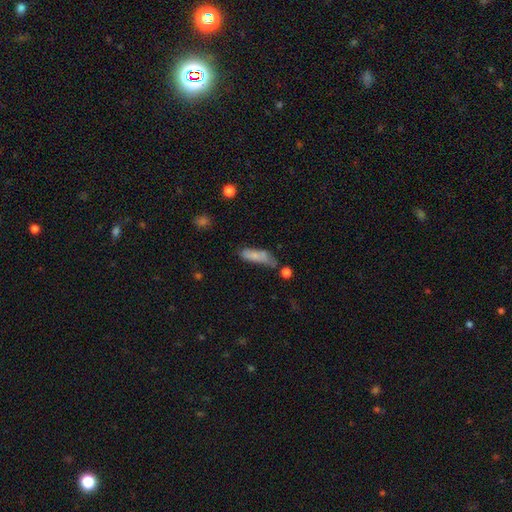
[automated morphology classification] A smooth galaxy with no disk features (73%) that is in between round and cigar-shaped (49%). Merging: none (40%).